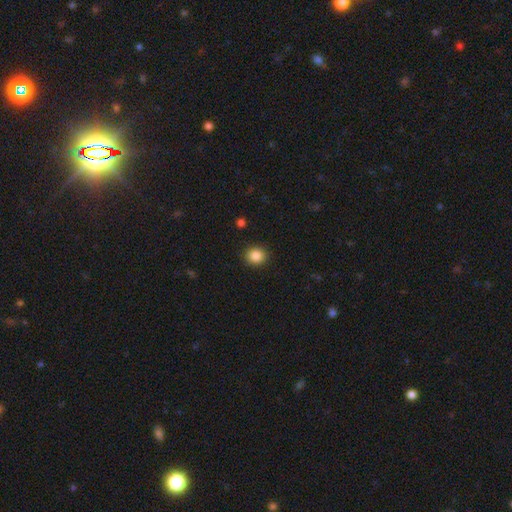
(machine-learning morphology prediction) A smooth galaxy with no disk features (86%) that is round (81%). Merging: none (91%).